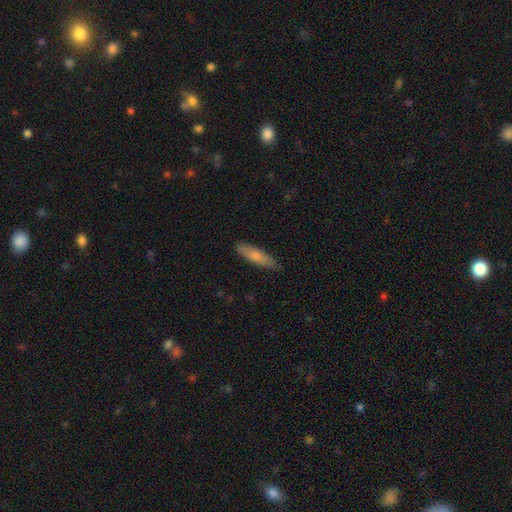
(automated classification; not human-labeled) Smooth or featured? smooth (76%)
How rounded? cigar-shaped (67%)
Merging? none (80%)